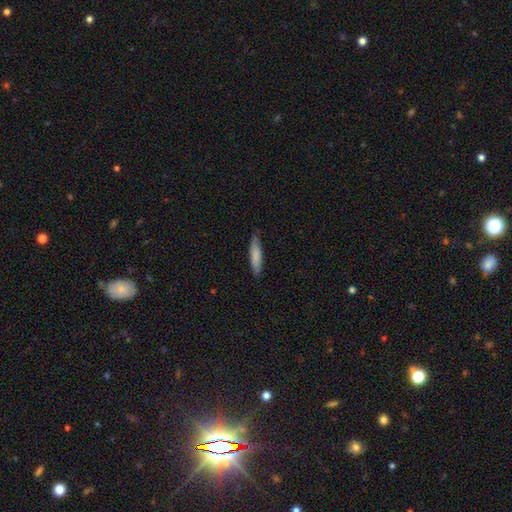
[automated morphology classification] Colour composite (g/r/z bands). It shows a smooth galaxy with no disk features (81%) that is cigar-shaped (82%). Merging: none (82%).